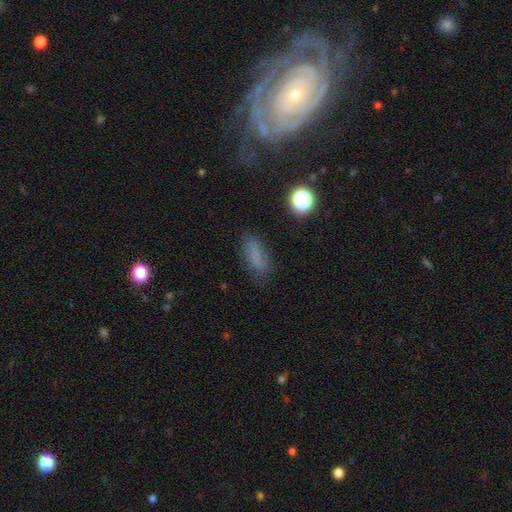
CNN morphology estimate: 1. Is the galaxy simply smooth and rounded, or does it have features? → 75% smooth, 15% star or artifact, 10% featured or disk.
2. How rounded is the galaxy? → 71% in between, 24% cigar-shaped, 5% round.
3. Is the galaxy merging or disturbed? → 78% none, 15% minor disturbance, 5% major disturbance, 2% merger.